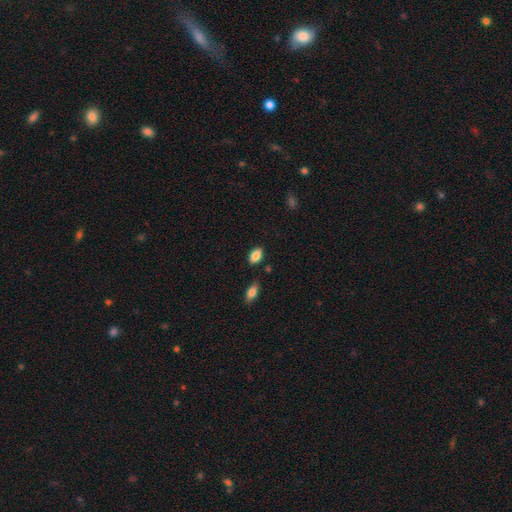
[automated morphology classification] smooth 86%, star or artifact 8%, featured or disk 6%. Down the decision tree: how rounded — in between (89%); merging — none (80%).